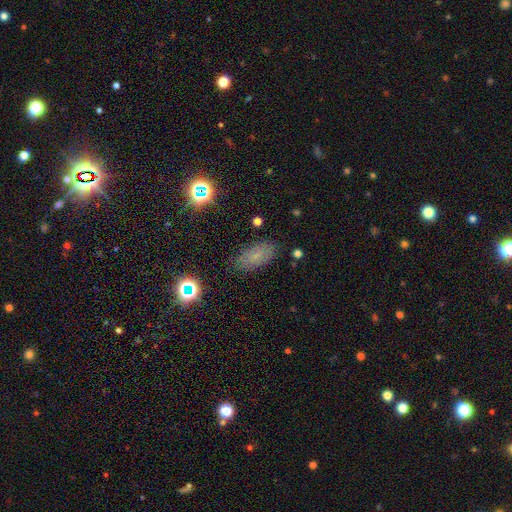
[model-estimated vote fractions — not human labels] smooth 66%, star or artifact 18%, featured or disk 16%. Down the decision tree: how rounded — in between (89%); merging — none (82%).